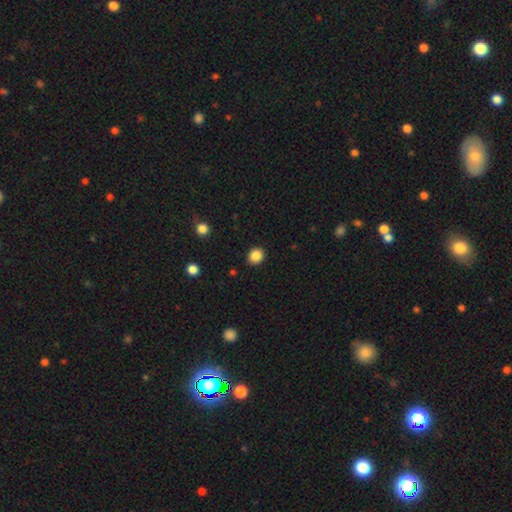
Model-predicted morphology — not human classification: type=smooth (87%); roundness=round (75%); merging=none (91%).